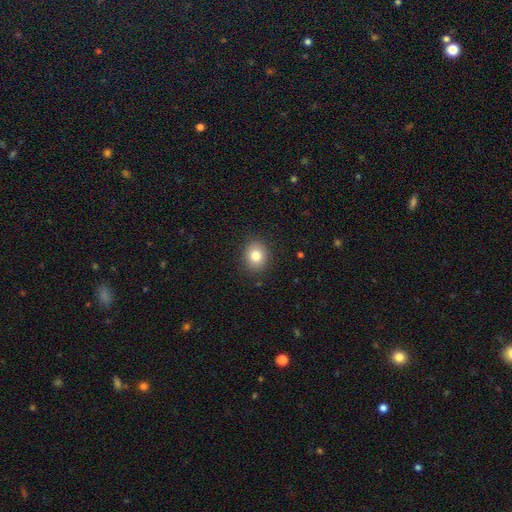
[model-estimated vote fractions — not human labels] Smooth or featured? Predicted: smooth (p=0.80). How rounded? Predicted: round (p=0.72). Merging? Predicted: none (p=0.89).